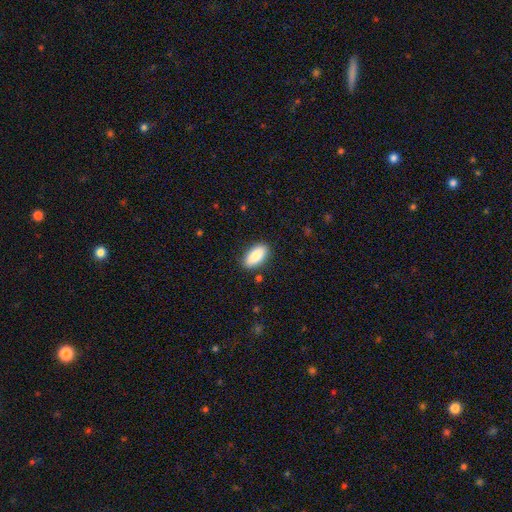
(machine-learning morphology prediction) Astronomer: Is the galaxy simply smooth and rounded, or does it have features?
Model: smooth — 86%.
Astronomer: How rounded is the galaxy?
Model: in between — 88%.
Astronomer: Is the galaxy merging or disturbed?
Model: none — 88%.